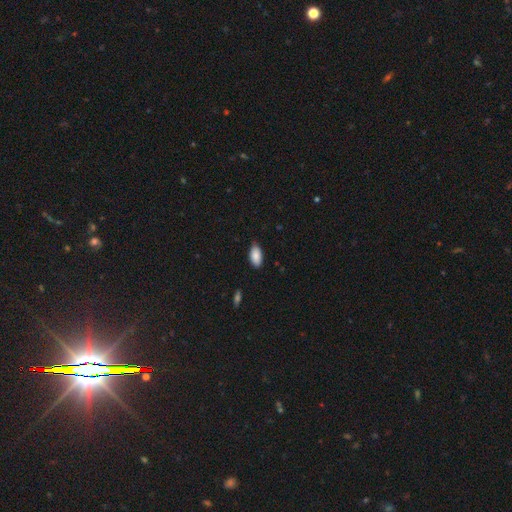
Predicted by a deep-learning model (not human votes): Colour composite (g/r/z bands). It shows a smooth galaxy with no disk features (88%) that is in between round and cigar-shaped (94%). Merging: none (83%).